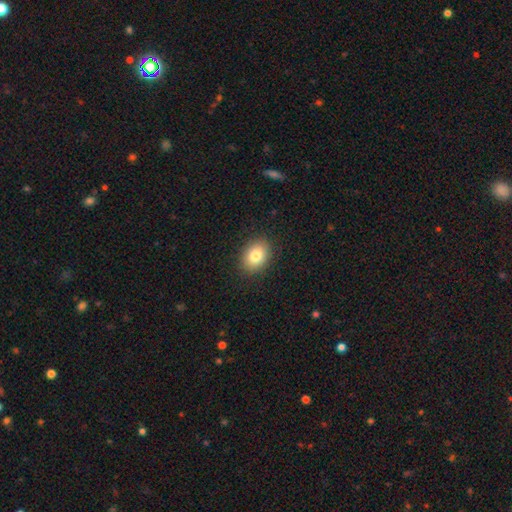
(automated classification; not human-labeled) The model was most divided on "how rounded": in between: 65%, round: 34%, cigar-shaped: 1%. More confident: merging — none (89%); smooth or featured — smooth (81%).